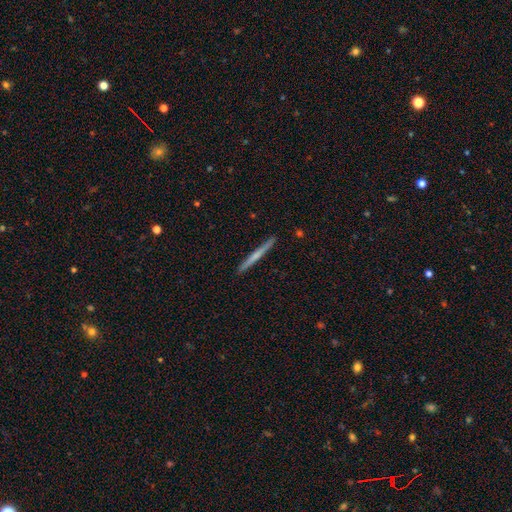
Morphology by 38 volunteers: A smooth galaxy with no disk features (50%) that is cigar-shaped (84%). Merging: none (97%).